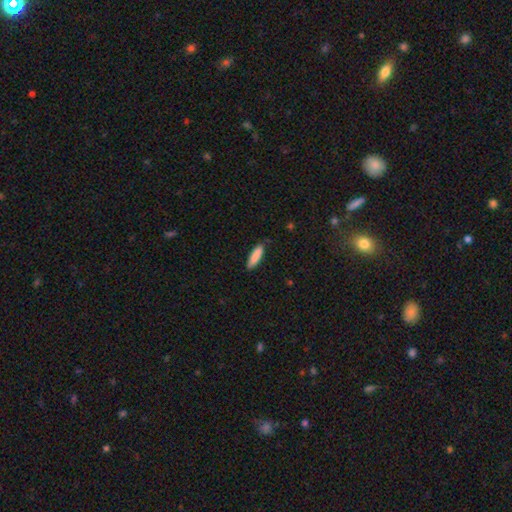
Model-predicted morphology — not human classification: Smooth or featured: smooth — 86% (featured or disk — 8%)
How rounded: cigar-shaped — 71% (in between — 28%)
Merging: none — 85% (minor disturbance — 12%)